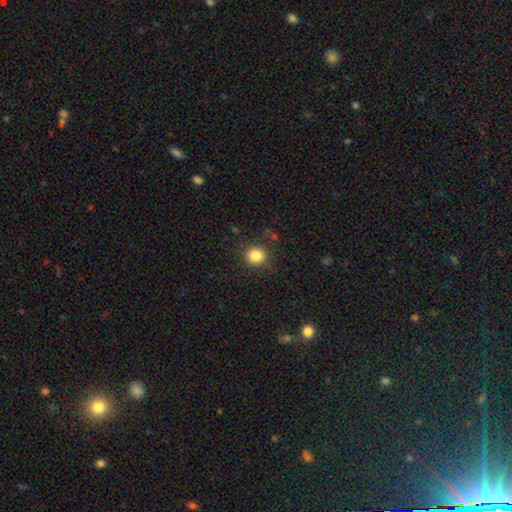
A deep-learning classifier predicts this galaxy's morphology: Q: Smooth or featured?
A: smooth (84%); runner-up: star or artifact (11%)
Q: How rounded?
A: round (87%); runner-up: in between (12%)
Q: Merging?
A: none (86%); runner-up: minor disturbance (9%)